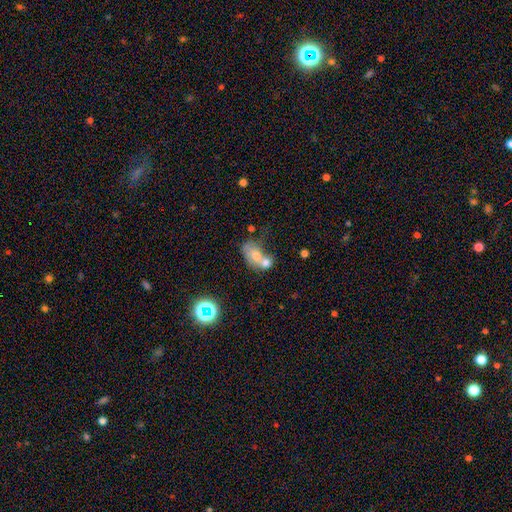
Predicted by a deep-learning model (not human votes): Q: Smooth or featured?
A: smooth (59%); runner-up: featured or disk (27%)
Q: How rounded?
A: in between (75%); runner-up: round (23%)
Q: Merging?
A: merger (63%); runner-up: none (18%)